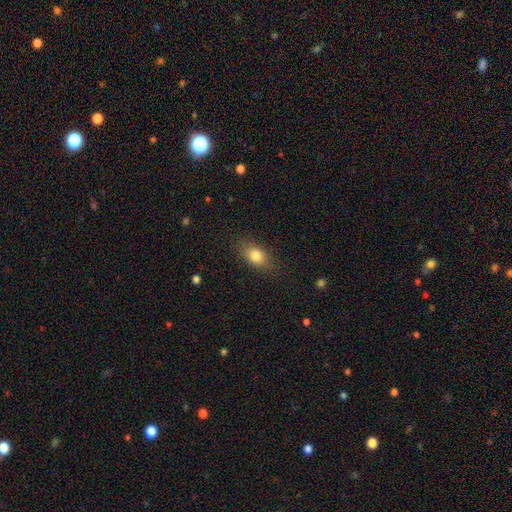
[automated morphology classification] type=smooth (81%); roundness=in between (77%); merging=none (82%).